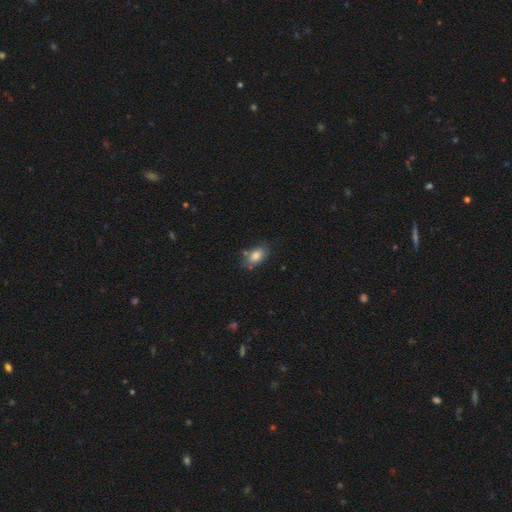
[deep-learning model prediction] smooth_or_featured: smooth (p=0.81) [alt: featured or disk p=0.10]
how_rounded: in between (p=0.84) [alt: round p=0.14]
merging: none (p=0.64) [alt: minor disturbance p=0.24]